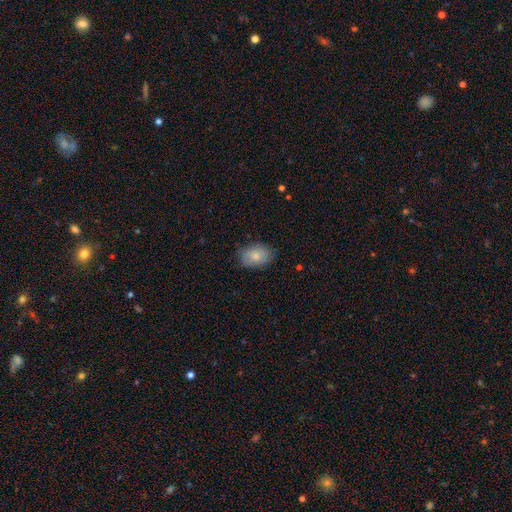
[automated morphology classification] Smooth or featured: smooth — 81% (featured or disk — 13%)
How rounded: in between — 83% (round — 16%)
Merging: none — 81% (minor disturbance — 15%)